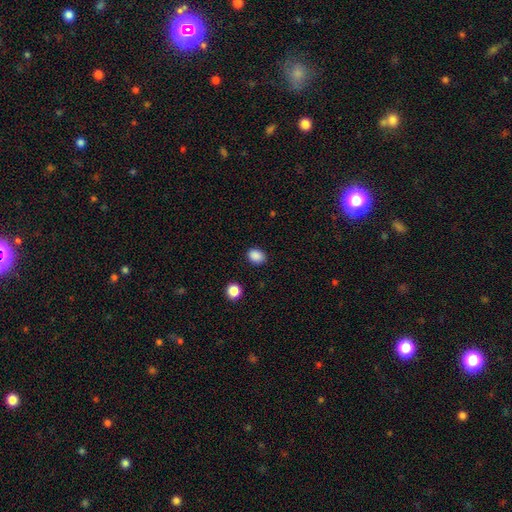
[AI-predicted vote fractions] Overall: smooth (88%). How rounded: in between (54%; round 45%). Merging: none (87%).